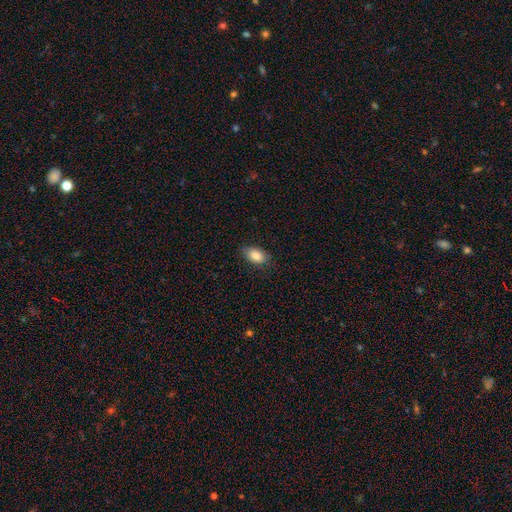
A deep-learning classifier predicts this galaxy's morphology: smooth_or_featured: smooth (p=0.86) [alt: star or artifact p=0.07]
how_rounded: in between (p=0.91) [alt: round p=0.06]
merging: none (p=0.84) [alt: minor disturbance p=0.13]